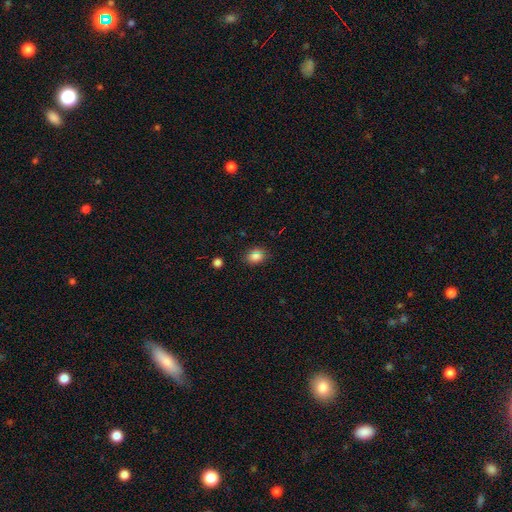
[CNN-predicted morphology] A smooth galaxy with no disk features (74%) that is in between round and cigar-shaped (65%). Merging: none (85%).